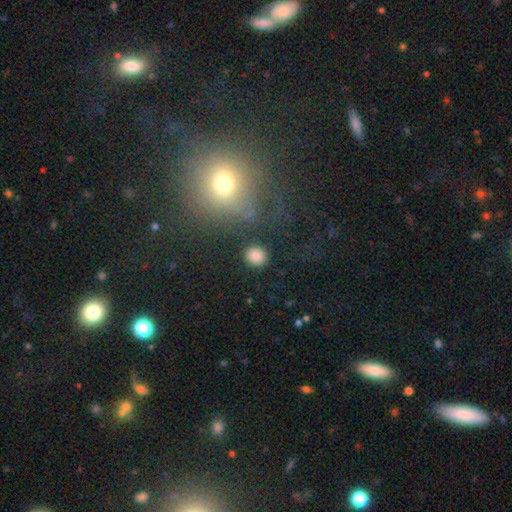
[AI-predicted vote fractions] This is clearly a smooth galaxy (85%). How rounded: clearly round (88%). Merging: clearly none (86%).